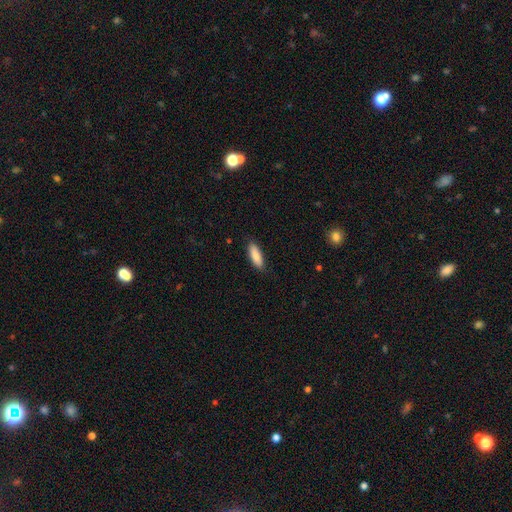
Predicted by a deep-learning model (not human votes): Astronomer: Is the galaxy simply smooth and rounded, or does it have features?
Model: smooth — 86%.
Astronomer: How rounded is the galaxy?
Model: in between — 60% (runner-up: cigar-shaped, 38%).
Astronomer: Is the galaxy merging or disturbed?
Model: none — 87%.